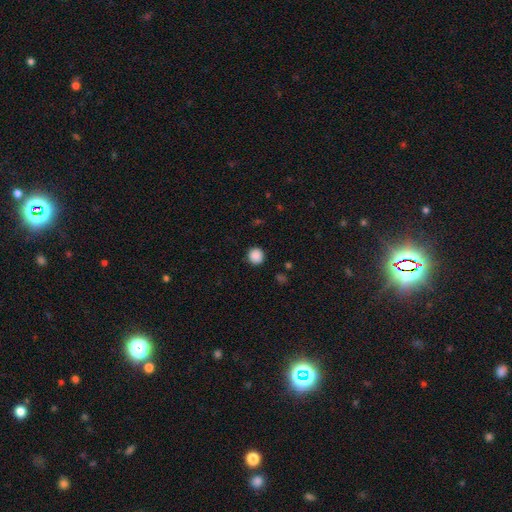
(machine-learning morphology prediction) Smooth or featured: smooth — 88% (star or artifact — 9%)
How rounded: round — 94% (in between — 5%)
Merging: none — 91% (minor disturbance — 6%)